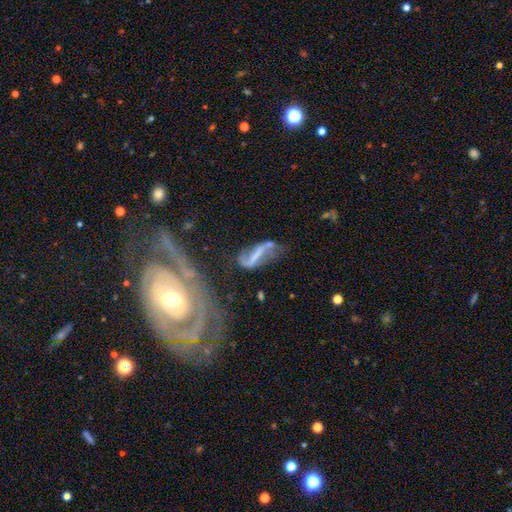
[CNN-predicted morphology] Smooth or featured? featured or disk (70%)
Edge-on disk? no (90%)
Bar? strong (58%)
Spiral arms? yes (75%)
Bulge size? none (61%)
Merging? none (38%)